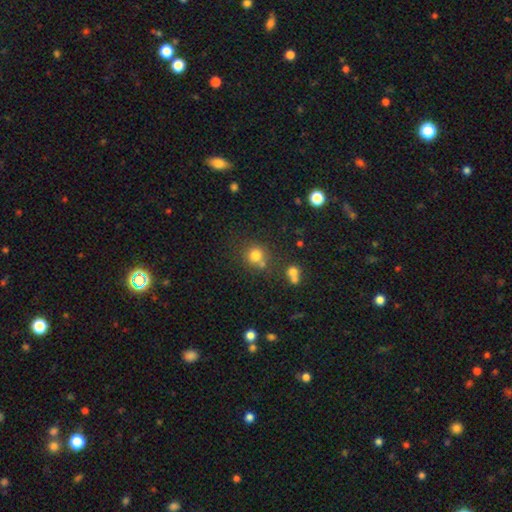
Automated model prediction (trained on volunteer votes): This is likely a smooth galaxy (76%). How rounded: clearly round (87%). Merging: likely none (63%).